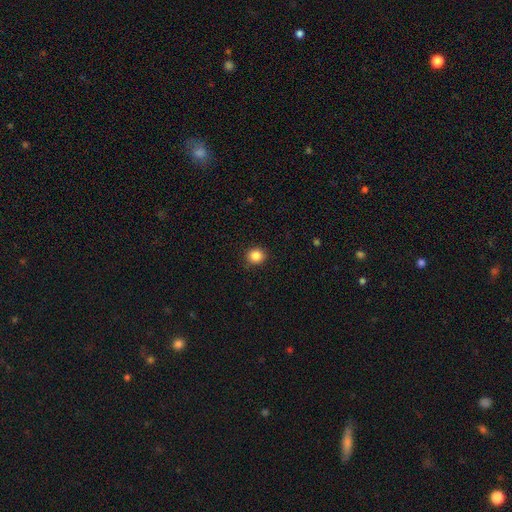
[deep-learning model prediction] Smooth or featured? smooth (86%)
How rounded? round (86%)
Merging? none (90%)